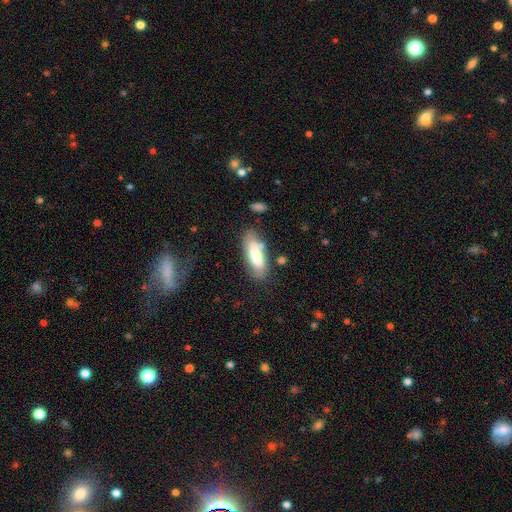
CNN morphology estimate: Overall: smooth (72%). How rounded: in between (69%; cigar-shaped 29%). Merging: none (65%).